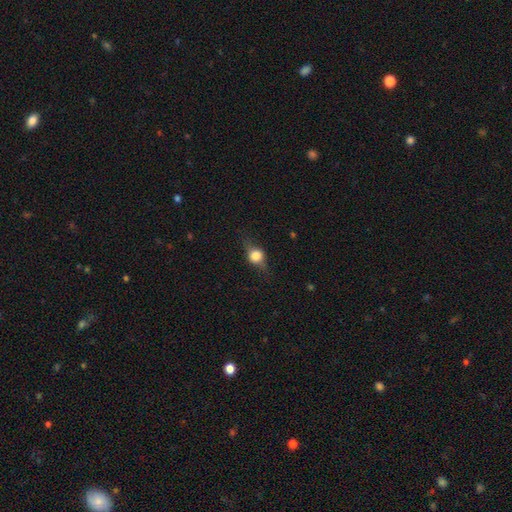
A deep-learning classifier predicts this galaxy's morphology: smooth_or_featured: smooth (p=0.52) [alt: featured or disk p=0.38]
how_rounded: round (p=0.63) [alt: in between p=0.32]
merging: none (p=0.72) [alt: minor disturbance p=0.19]